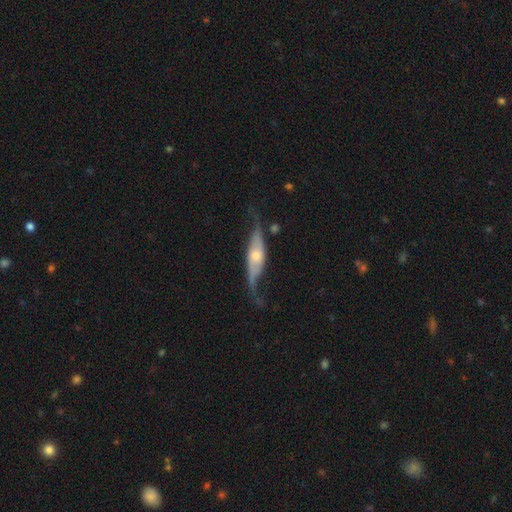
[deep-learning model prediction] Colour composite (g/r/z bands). It shows a featured or disk galaxy (74%). Merging: none (53%).